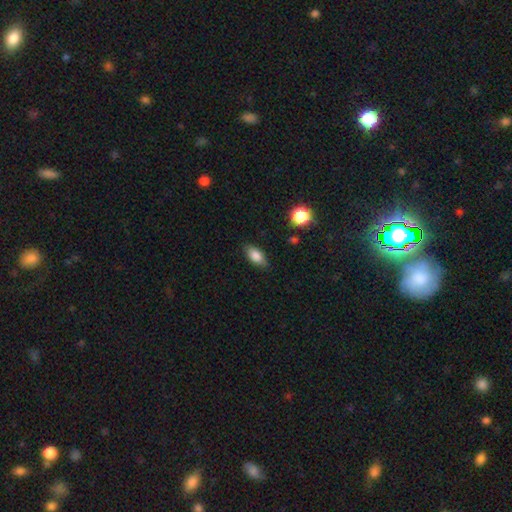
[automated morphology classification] smooth_or_featured: smooth (p=0.82) [alt: featured or disk p=0.10]
how_rounded: in between (p=0.86) [alt: cigar-shaped p=0.09]
merging: none (p=0.83) [alt: minor disturbance p=0.13]